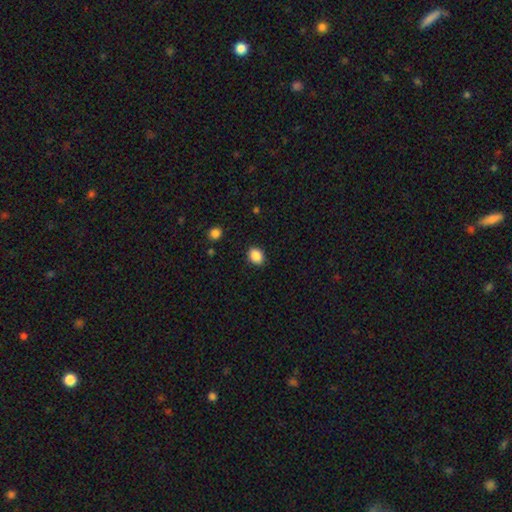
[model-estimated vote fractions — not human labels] Smooth or featured: smooth — 88% (star or artifact — 9%)
How rounded: in between — 53% (round — 46%)
Merging: none — 88% (minor disturbance — 8%)